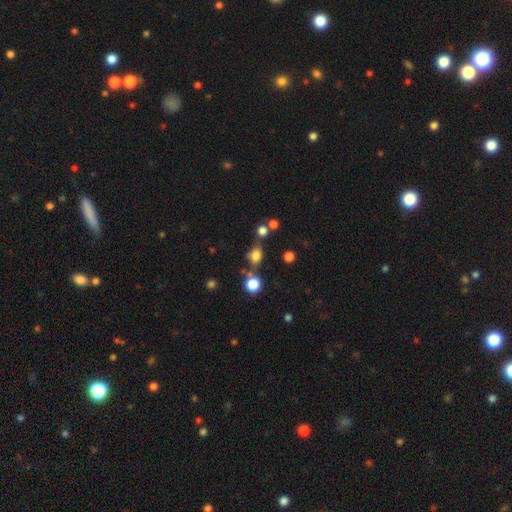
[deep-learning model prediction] Smooth or featured: smooth — 73% (star or artifact — 19%)
How rounded: round — 58% (in between — 40%)
Merging: none — 63% (merger — 16%)